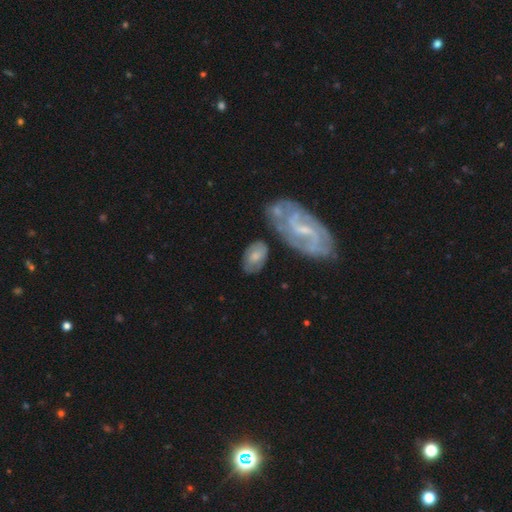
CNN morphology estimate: A smooth galaxy with no disk features (53%) that is in between round and cigar-shaped (89%). Merging: none (63%).